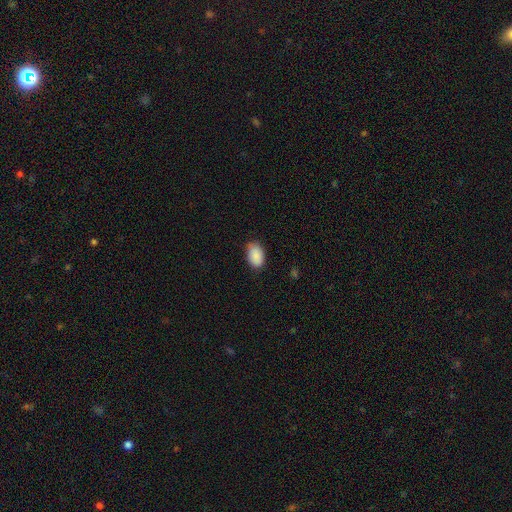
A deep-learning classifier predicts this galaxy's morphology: smooth 88%, star or artifact 7%, featured or disk 6%. Down the decision tree: how rounded — in between (91%); merging — none (76%).